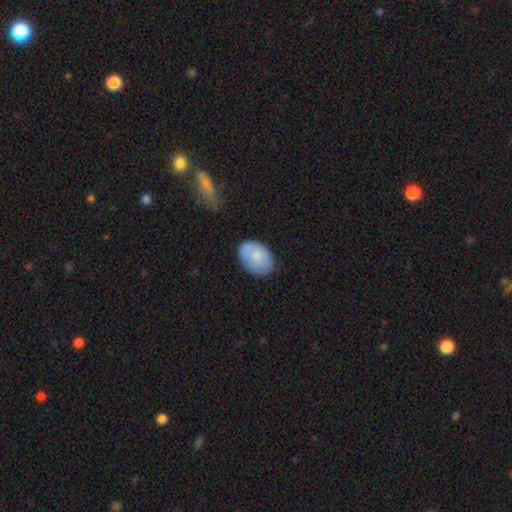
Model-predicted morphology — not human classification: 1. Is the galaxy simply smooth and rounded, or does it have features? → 77% smooth, 17% featured or disk, 6% star or artifact.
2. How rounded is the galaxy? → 83% in between, 16% round, 1% cigar-shaped.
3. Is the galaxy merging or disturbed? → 72% none, 20% minor disturbance, 4% major disturbance, 3% merger.